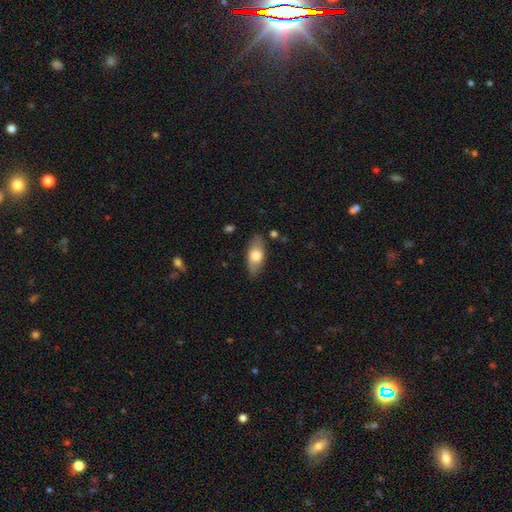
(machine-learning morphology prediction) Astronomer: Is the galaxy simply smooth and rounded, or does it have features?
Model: smooth — 68%.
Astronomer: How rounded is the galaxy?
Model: in between — 86%.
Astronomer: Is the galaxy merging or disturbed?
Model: none — 83%.